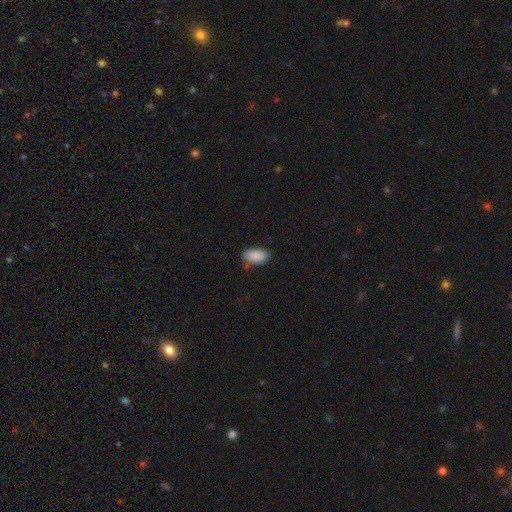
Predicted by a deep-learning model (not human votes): Smooth or featured: smooth — 90% (star or artifact — 7%)
How rounded: in between — 94% (round — 3%)
Merging: none — 76% (minor disturbance — 19%)